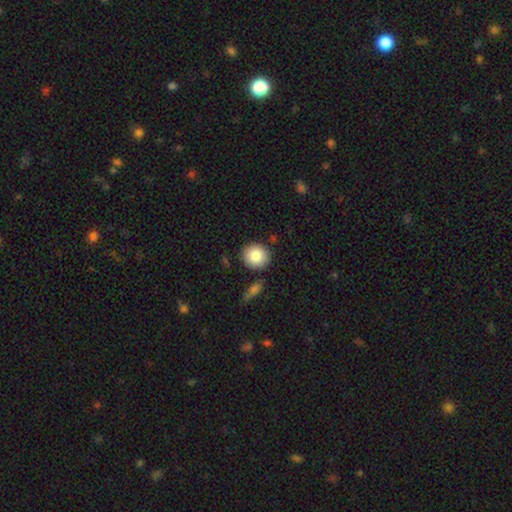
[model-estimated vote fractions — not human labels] Smooth or featured? smooth (84%)
How rounded? round (85%)
Merging? none (85%)